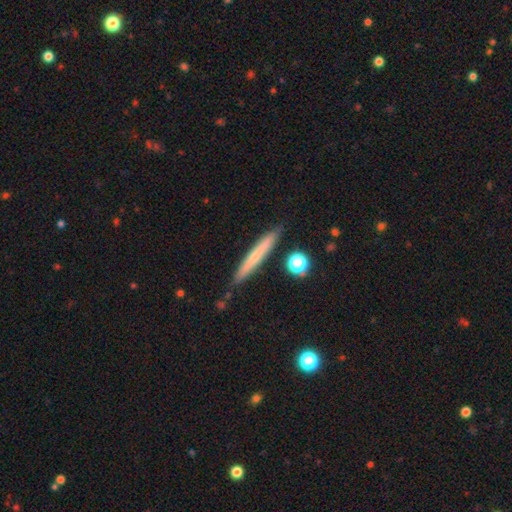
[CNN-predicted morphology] This is possibly a smooth galaxy (56%). How rounded: clearly cigar-shaped (95%). Merging: clearly none (85%).